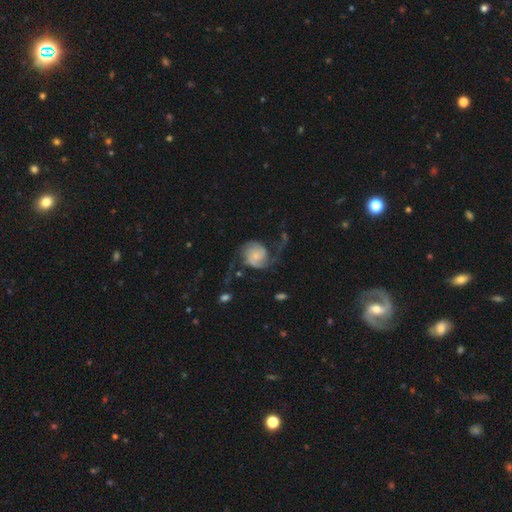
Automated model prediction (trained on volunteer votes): This is likely a featured or disk galaxy (77%). It is clearly not viewed edge-on (98%). Bar: likely no (70%). Spiral arm pattern: clearly yes (95%). Spiral arm count: clearly 2 (85%). Spiral winding: possibly loose (48%). Central bulge: possibly small (59%). Merging: possibly none (51%).